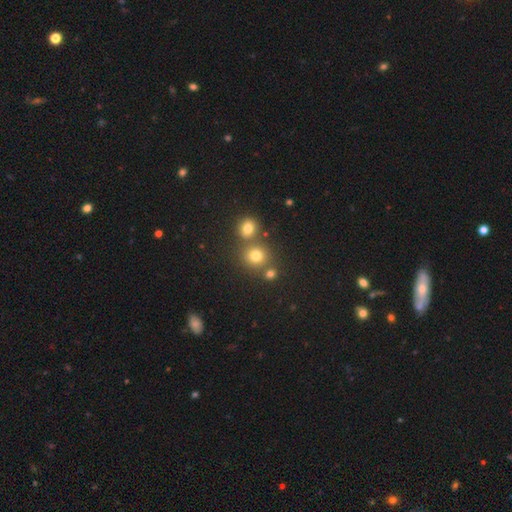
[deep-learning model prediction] Smooth or featured? smooth (74%)
How rounded? round (87%)
Merging? none (67%)